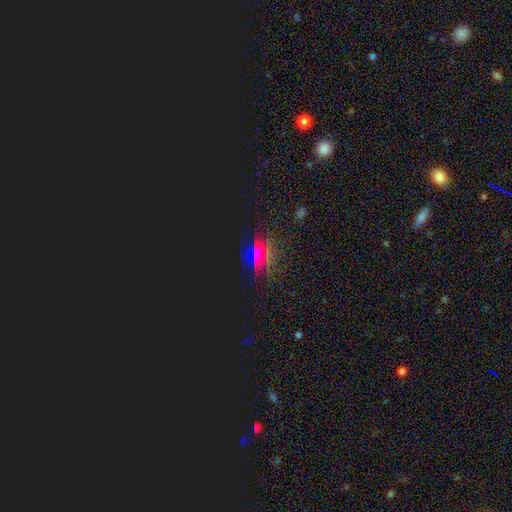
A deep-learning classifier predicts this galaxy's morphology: This is likely a star or artifact rather than a galaxy (65%).